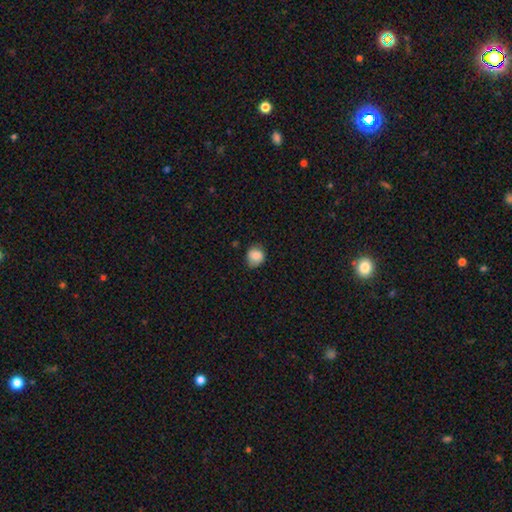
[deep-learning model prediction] smooth 85%, star or artifact 9%, featured or disk 7%. Down the decision tree: how rounded — round (74%); merging — none (70%).